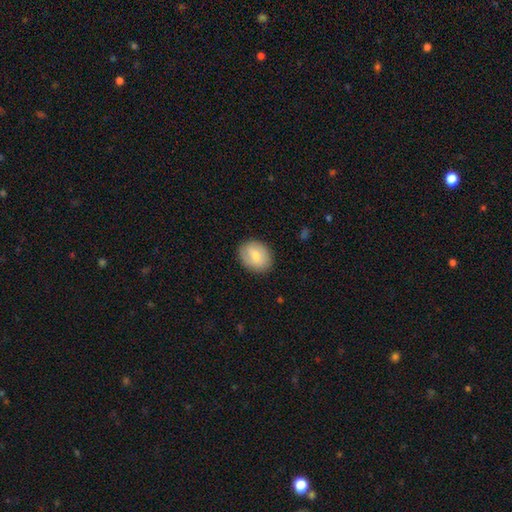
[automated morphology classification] A smooth galaxy with no disk features (70%) that is round (50%).

Vote fractions:
- Smooth or featured? smooth: 70% / featured or disk: 23% / star or artifact: 7%
- How rounded? round: 50% / in between: 49% / cigar-shaped: 1%
- Merging? none: 86% / minor disturbance: 11% / major disturbance: 3% / merger: 1%